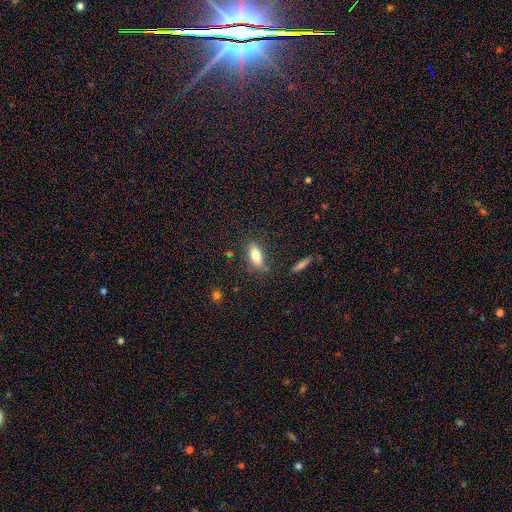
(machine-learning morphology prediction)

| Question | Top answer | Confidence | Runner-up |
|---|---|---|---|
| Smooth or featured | smooth | 78% | featured or disk (14%) |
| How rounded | in between | 79% | cigar-shaped (17%) |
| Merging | none | 77% | minor disturbance (15%) |